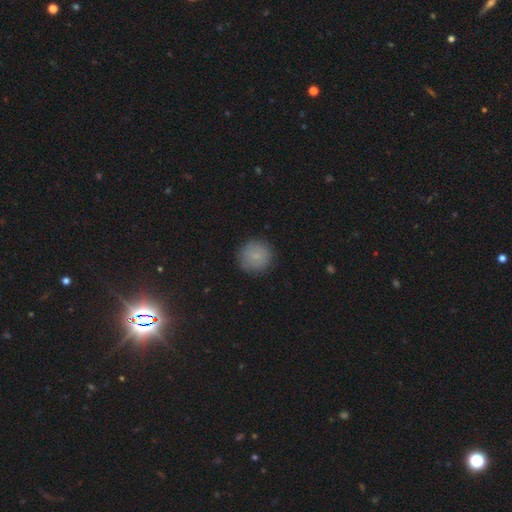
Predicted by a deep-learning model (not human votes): This is clearly a smooth galaxy (81%). How rounded: clearly round (94%). Merging: clearly none (88%).